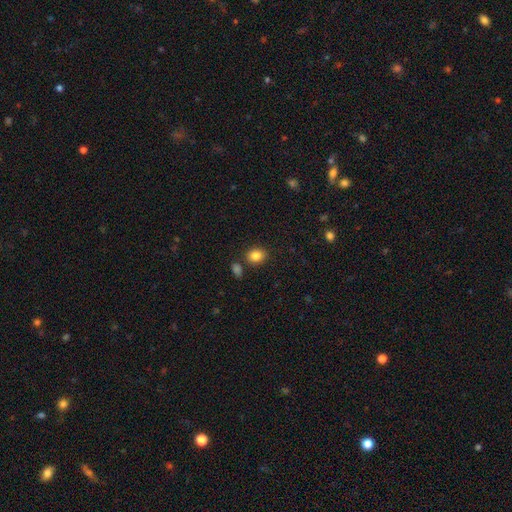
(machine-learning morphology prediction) A smooth galaxy with no disk features (85%) that is round (51%).

Vote fractions:
- Smooth or featured? smooth: 85% / star or artifact: 9% / featured or disk: 6%
- How rounded? round: 51% / in between: 48% / cigar-shaped: 1%
- Merging? none: 80% / minor disturbance: 10% / merger: 7% / major disturbance: 3%